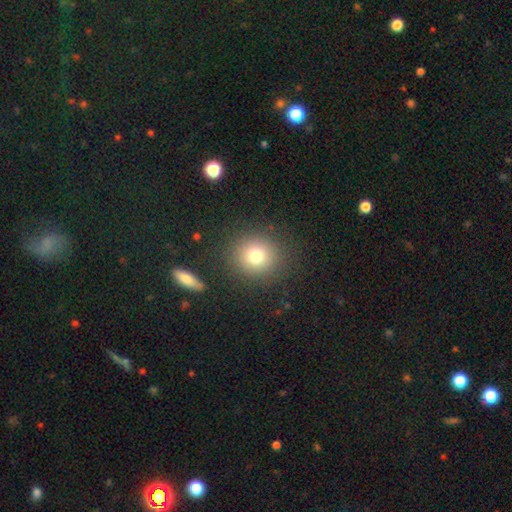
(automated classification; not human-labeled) smooth 77%, star or artifact 14%, featured or disk 9%. Down the decision tree: how rounded — round (88%); merging — none (86%).